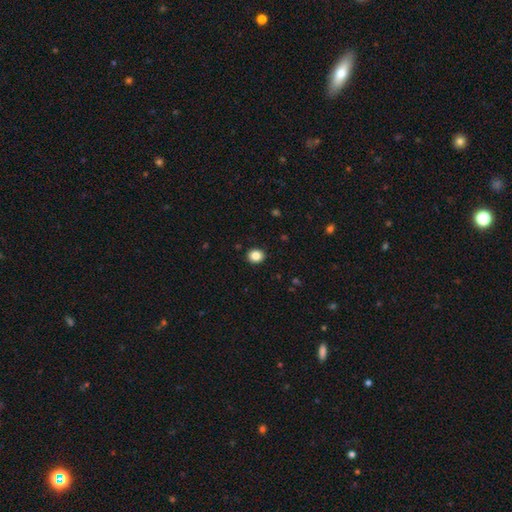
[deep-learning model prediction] This appears to be a smooth galaxy with no disk features (86%) that is round (72%). Merging: none (92%).